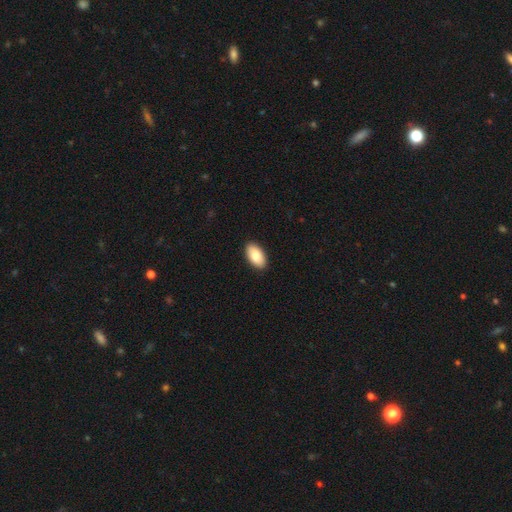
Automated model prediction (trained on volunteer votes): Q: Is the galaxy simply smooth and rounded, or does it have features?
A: smooth — 85%.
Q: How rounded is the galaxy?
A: in between — 95%.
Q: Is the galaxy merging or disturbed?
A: none — 90%.